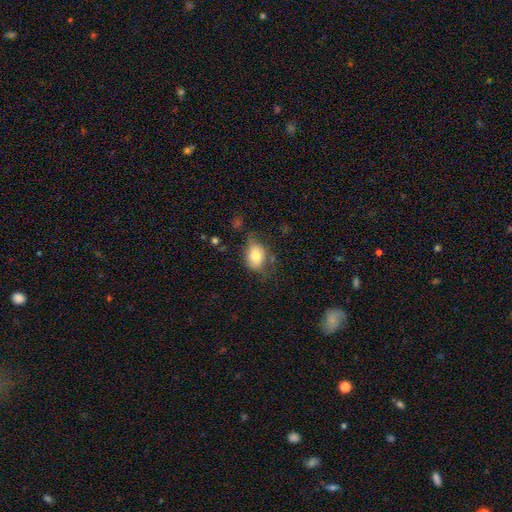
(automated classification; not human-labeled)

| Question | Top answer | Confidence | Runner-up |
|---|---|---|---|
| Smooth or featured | smooth | 77% | featured or disk (15%) |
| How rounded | in between | 77% | round (22%) |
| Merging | none | 47% | minor disturbance (34%) |